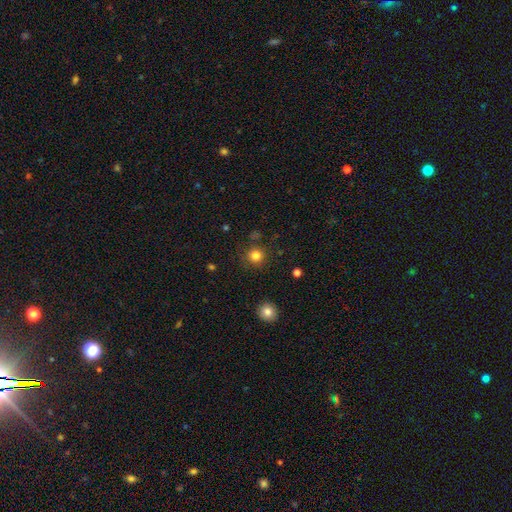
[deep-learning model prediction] smooth_or_featured: smooth (p=0.82) [alt: star or artifact p=0.13]
how_rounded: round (p=0.93) [alt: in between p=0.06]
merging: none (p=0.87) [alt: minor disturbance p=0.07]